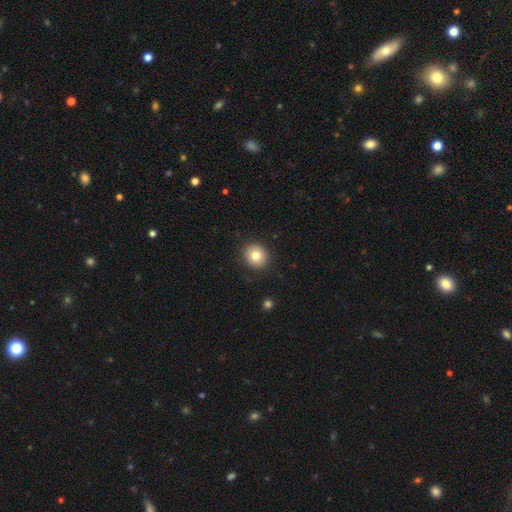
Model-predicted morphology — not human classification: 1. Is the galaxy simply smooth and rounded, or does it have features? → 80% smooth, 10% featured or disk, 10% star or artifact.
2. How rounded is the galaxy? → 84% round, 15% in between, 1% cigar-shaped.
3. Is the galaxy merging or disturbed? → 90% none, 7% minor disturbance, 2% major disturbance, 1% merger.